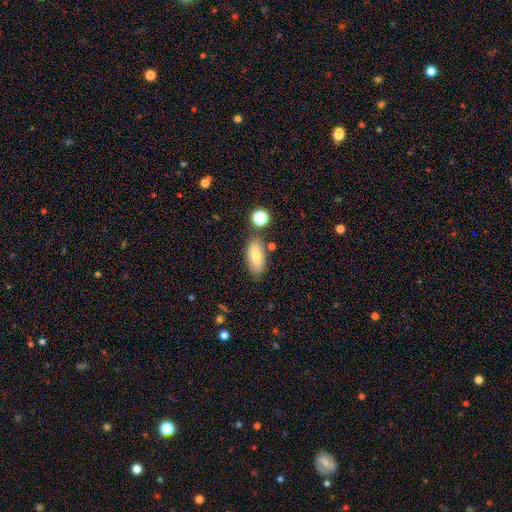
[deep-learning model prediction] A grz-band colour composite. It shows a smooth galaxy with no disk features (73%) that is in between round and cigar-shaped (88%). Merging: none (76%).